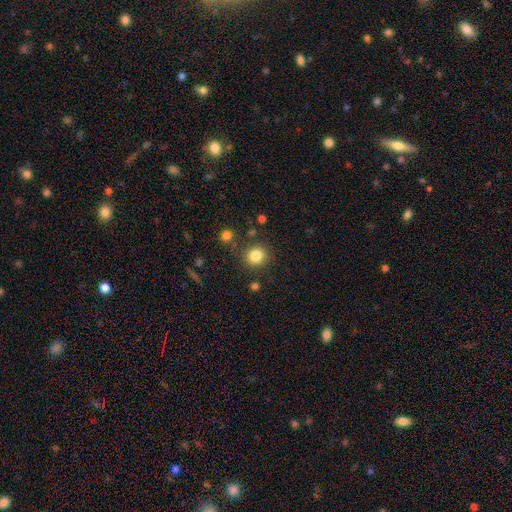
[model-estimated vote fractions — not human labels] smooth-or-featured: smooth: 83% | star or artifact: 11% | featured or disk: 6%
  how-rounded: round: 88% | in between: 11% | cigar-shaped: 1%
  merging: none: 86% | minor disturbance: 8% | merger: 4% | major disturbance: 3%